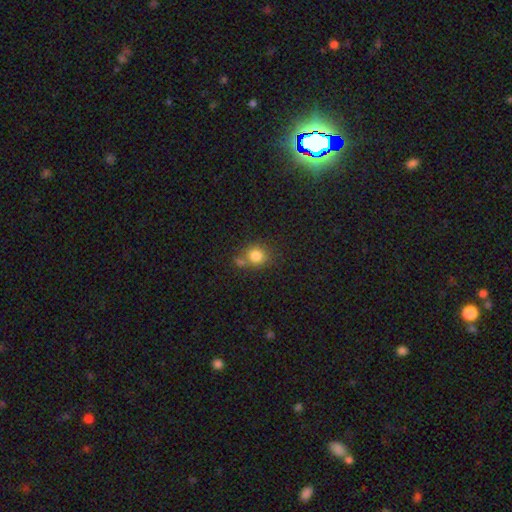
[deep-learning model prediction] This is clearly a smooth galaxy (82%). How rounded: clearly round (80%). Merging: possibly none (58%).